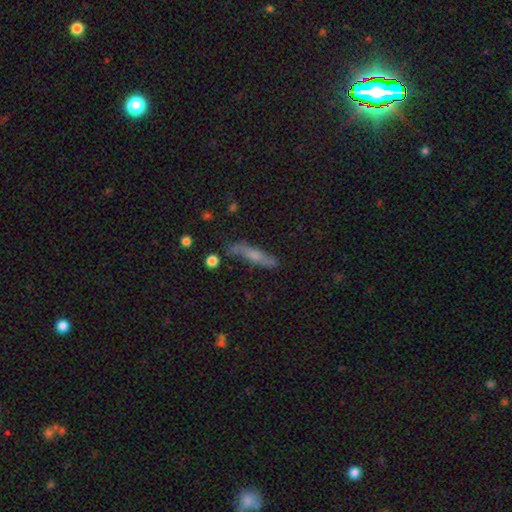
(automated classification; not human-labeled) smooth-or-featured: smooth: 46% | featured or disk: 45% | star or artifact: 9%
  merging: none: 72% | minor disturbance: 19% | major disturbance: 5% | merger: 3%